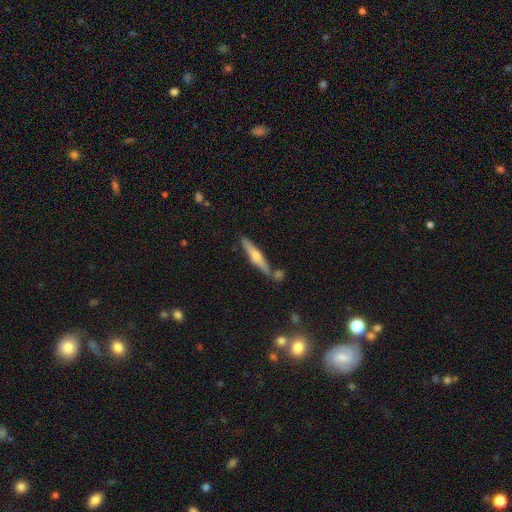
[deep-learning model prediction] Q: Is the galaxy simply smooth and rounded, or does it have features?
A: featured or disk — 66%.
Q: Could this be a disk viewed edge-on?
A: yes — 97%.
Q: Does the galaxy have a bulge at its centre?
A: rounded — 85%.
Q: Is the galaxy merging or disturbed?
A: none — 82%.